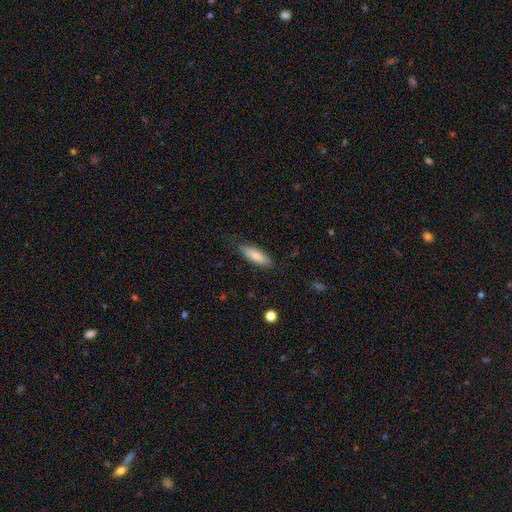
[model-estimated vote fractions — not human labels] This is clearly a smooth galaxy (81%). How rounded: possibly in between (51%). Merging: likely none (79%).